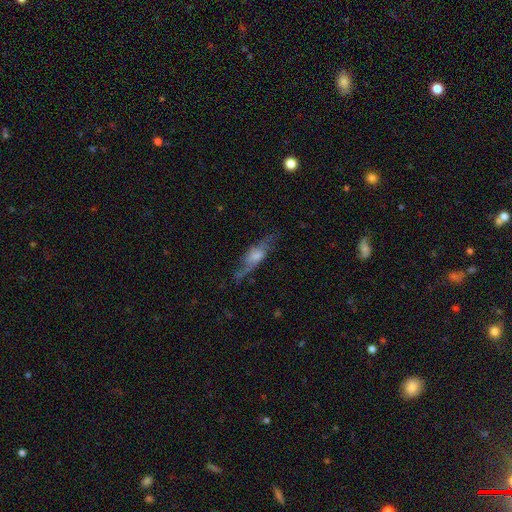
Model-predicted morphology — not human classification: Q: Smooth or featured?
A: featured or disk (63%); runner-up: smooth (28%)
Q: Edge-on disk?
A: yes (60%); runner-up: no (40%)
Q: Merging?
A: none (68%); runner-up: minor disturbance (20%)